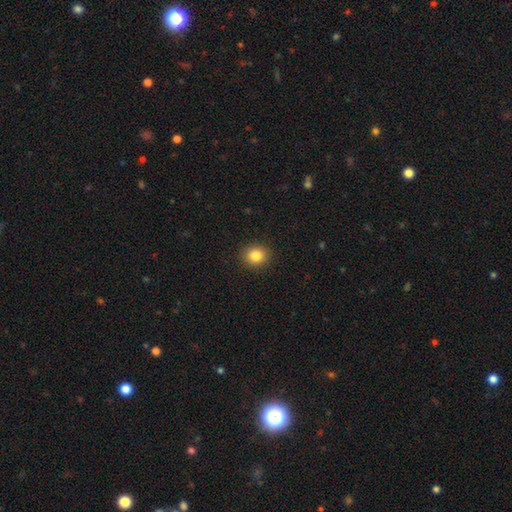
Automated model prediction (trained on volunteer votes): smooth-or-featured: smooth: 84% | star or artifact: 10% | featured or disk: 6%
  how-rounded: round: 78% | in between: 21% | cigar-shaped: 1%
  merging: none: 91% | minor disturbance: 6% | major disturbance: 2% | merger: 1%